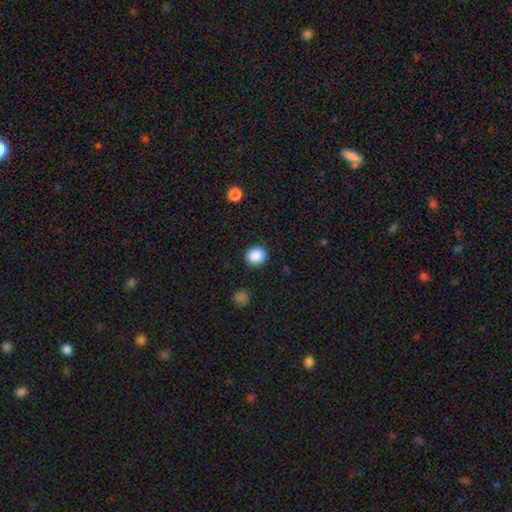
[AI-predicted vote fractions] A smooth galaxy with no disk features (88%) that is round (83%).

Vote fractions:
- Smooth or featured? smooth: 88% / star or artifact: 9% / featured or disk: 3%
- How rounded? round: 83% / in between: 16% / cigar-shaped: 1%
- Merging? none: 90% / minor disturbance: 6% / major disturbance: 2% / merger: 1%